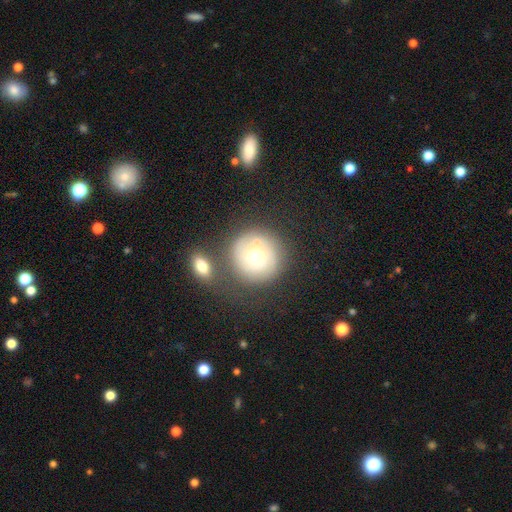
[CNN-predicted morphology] Smooth or featured: smooth — 58% (featured or disk — 33%)
How rounded: round — 92% (in between — 7%)
Merging: none — 56% (merger — 22%)